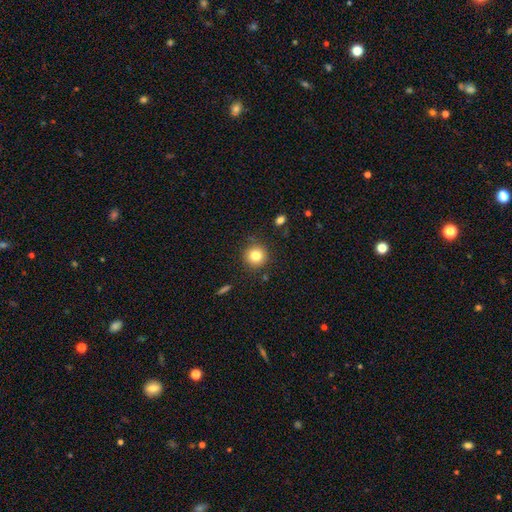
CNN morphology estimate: smooth_or_featured: smooth (p=0.82) [alt: star or artifact p=0.11]
how_rounded: round (p=0.94) [alt: in between p=0.05]
merging: none (p=0.88) [alt: minor disturbance p=0.08]